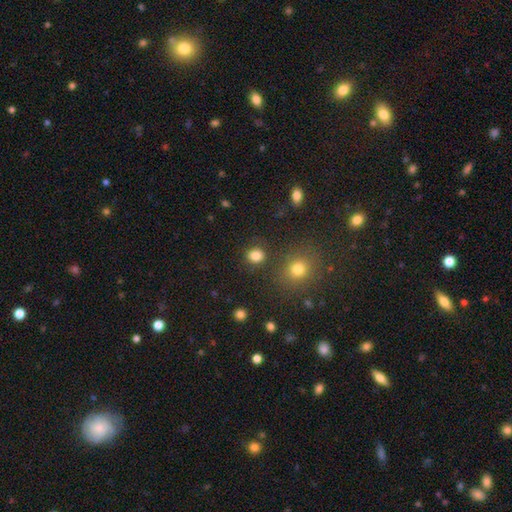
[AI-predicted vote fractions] Overall: smooth (83%). How rounded: round (73%). Merging: none (85%).